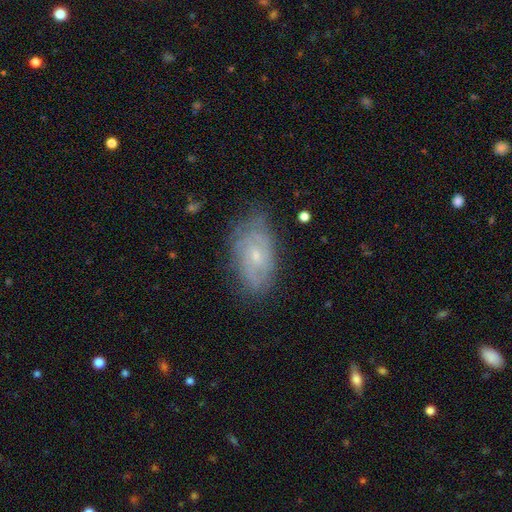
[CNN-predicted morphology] Overall: featured or disk (68%). Edge-on disk: no (94%). Bar: no (67%; weak 29%). Spiral arms: yes (84%). Spiral arm count: can't tell (48%; 2 29%). Spiral winding: tight (60%; medium 30%). Bulge size: small (72%). Merging: none (69%).